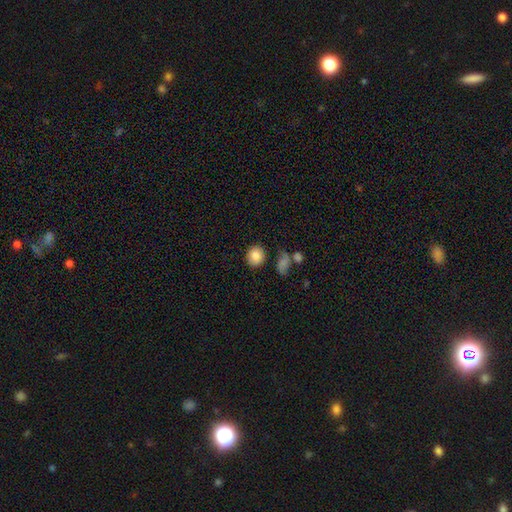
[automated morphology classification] A smooth galaxy with no disk features (86%) that is round (74%).

Vote fractions:
- Smooth or featured? smooth: 86% / star or artifact: 8% / featured or disk: 6%
- How rounded? round: 74% / in between: 25% / cigar-shaped: 1%
- Merging? none: 79% / minor disturbance: 11% / merger: 5% / major disturbance: 4%